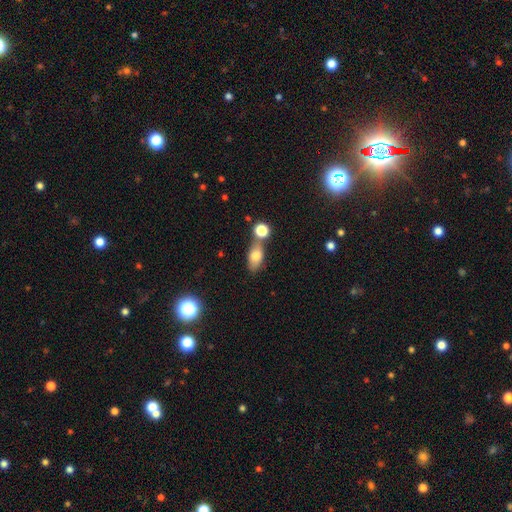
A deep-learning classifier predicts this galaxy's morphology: Smooth or featured? smooth (77%)
How rounded? in between (82%)
Merging? none (54%)